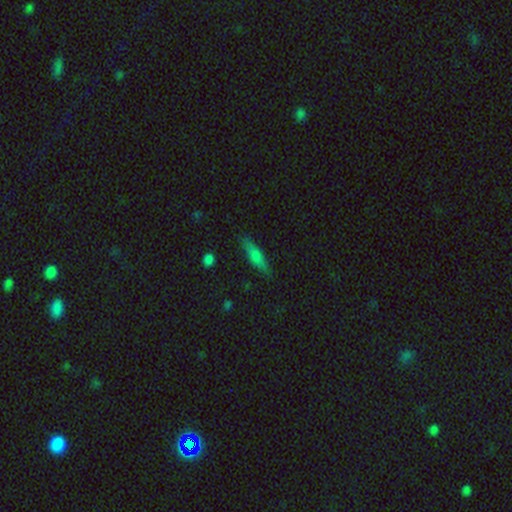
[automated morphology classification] smooth_or_featured: smooth (p=0.63) [alt: featured or disk p=0.28]
how_rounded: cigar-shaped (p=0.68) [alt: in between p=0.29]
merging: none (p=0.83) [alt: minor disturbance p=0.13]